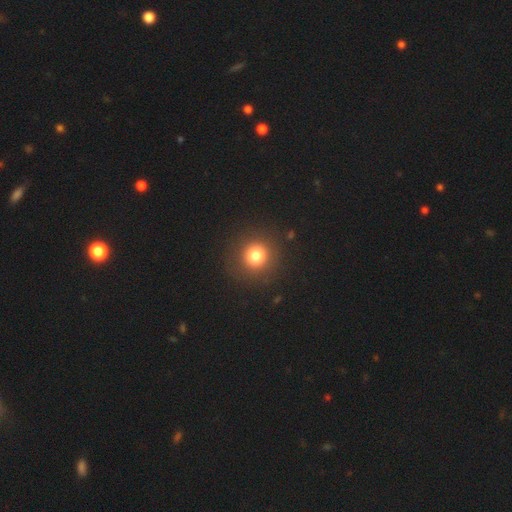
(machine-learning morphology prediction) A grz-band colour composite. It shows a smooth galaxy with no disk features (79%) that is round (93%). Merging: none (89%).